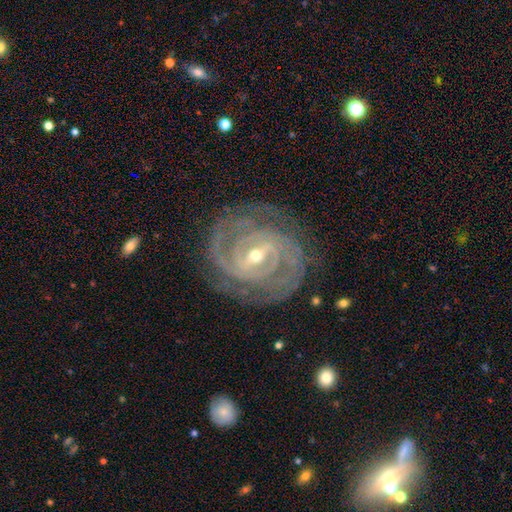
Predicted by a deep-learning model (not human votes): smooth-or-featured: featured or disk: 92% | star or artifact: 4% | smooth: 3%
  disk-edge-on: no: 97% | yes: 3%
    bar: strong: 45% | weak: 41% | no: 14%
    has-spiral-arms: yes: 98% | no: 2%
      spiral-winding: tight: 80% | medium: 17% | loose: 2%
      spiral-arm-count: 2: 36% | 3: 24% | 4: 14% | can't tell: 14% | more than 4: 6% | 1: 6%
    bulge-size: small: 54% | moderate: 43% | large: 1% | none: 1% | dominant: 1%
  merging: none: 82% | minor disturbance: 13% | major disturbance: 5% | merger: 1%